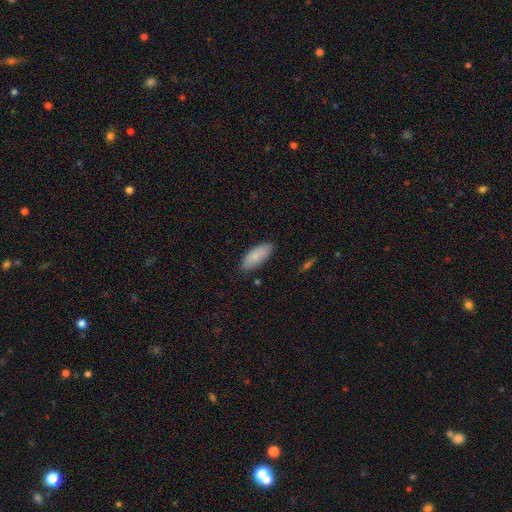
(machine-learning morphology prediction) A smooth galaxy with no disk features (85%) that is in between round and cigar-shaped (84%). Merging: none (84%).